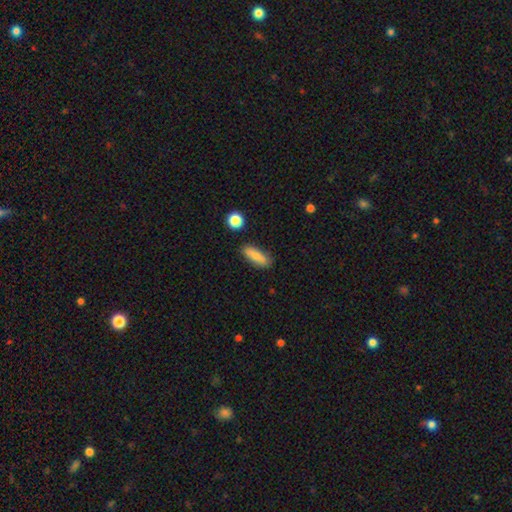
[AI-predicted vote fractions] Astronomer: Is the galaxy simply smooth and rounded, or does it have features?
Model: smooth — 81%.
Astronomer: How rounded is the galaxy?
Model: in between — 57% (runner-up: cigar-shaped, 40%).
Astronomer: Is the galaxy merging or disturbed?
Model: none — 81%.